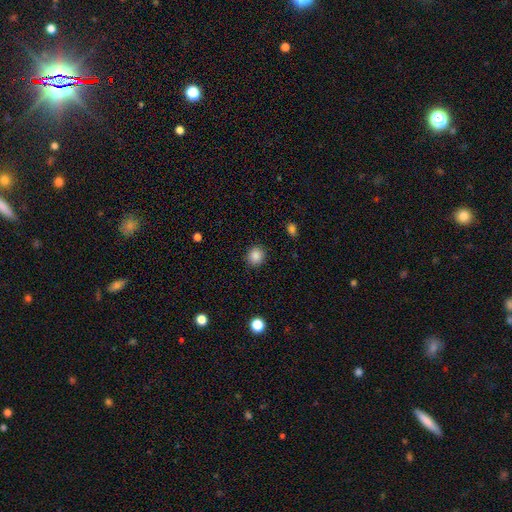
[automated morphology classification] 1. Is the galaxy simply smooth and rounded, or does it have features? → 86% smooth, 10% star or artifact, 4% featured or disk.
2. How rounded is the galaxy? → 79% round, 20% in between, 1% cigar-shaped.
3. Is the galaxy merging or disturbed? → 89% none, 7% minor disturbance, 2% major disturbance, 1% merger.